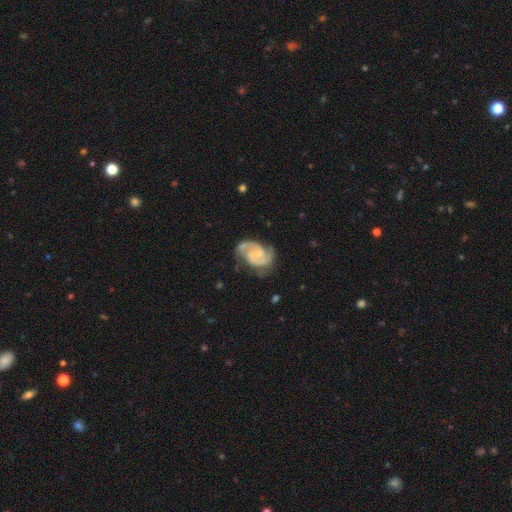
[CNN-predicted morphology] Overall: featured or disk (91%). Edge-on disk: no (98%). Bar: weak (50%; no 36%). Spiral arms: yes (98%). Spiral arm count: 2 (91%). Spiral winding: medium (56%; tight 33%). Bulge size: small (55%; none 27%). Merging: none (71%).